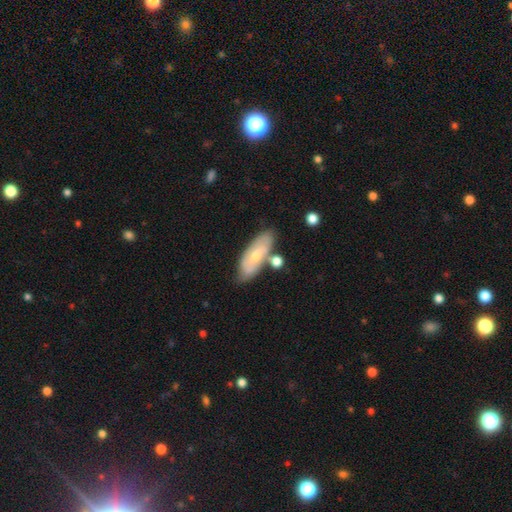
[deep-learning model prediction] Smooth or featured? smooth (47%, tied with featured or disk)
Merging? none (63%)